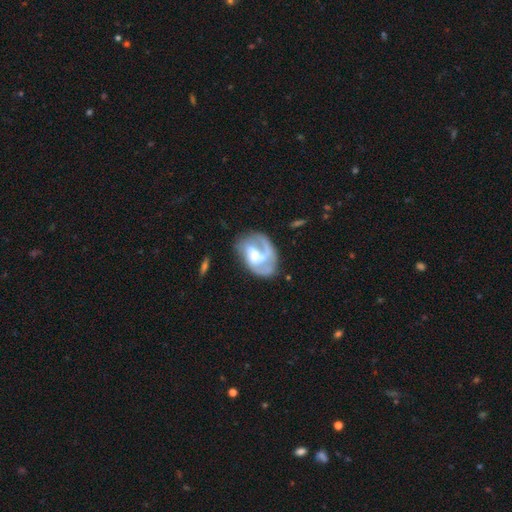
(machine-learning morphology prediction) Smooth or featured?
  - featured or disk: 73% *
  - smooth: 21%
  - star or artifact: 6%
Edge-on disk?
  - no: 97% *
  - yes: 3%
Bar?
  - no: 47% *
  - weak: 39%
  - strong: 13%
Spiral arms?
  - yes: 82% *
  - no: 18%
Spiral winding?
  - medium: 41% *
  - loose: 32%
  - tight: 28%
Spiral arm count?
  - 1: 46% *
  - 2: 28%
  - can't tell: 14%
  - 3: 8%
  - 4: 2%
  - more than 4: 2%
Bulge size?
  - moderate: 50% *
  - small: 21%
  - large: 17%
  - none: 9%
  - dominant: 2%
Merging?
  - none: 42% *
  - major disturbance: 30%
  - minor disturbance: 22%
  - merger: 7%